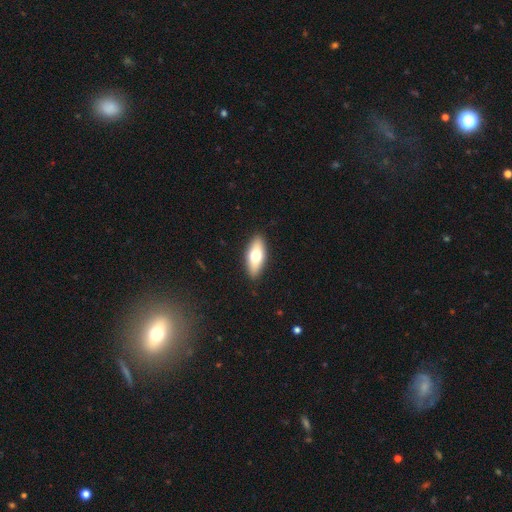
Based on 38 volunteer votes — Morphology: type=smooth (50%); roundness=in between (63%); merging=none (86%).